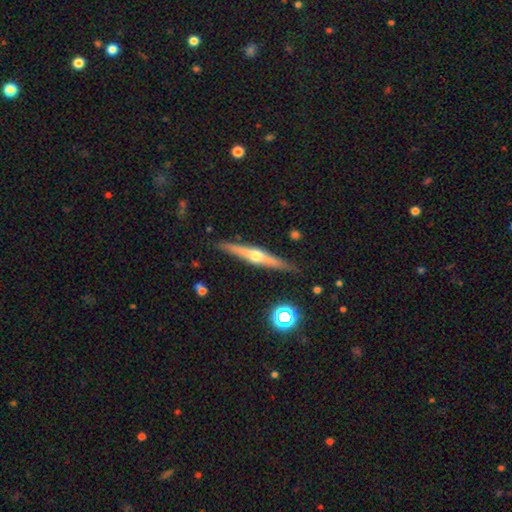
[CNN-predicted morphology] A featured or disk galaxy (73%) viewed edge-on (98%) with a rounded central bulge (92%). Merging: none (88%).